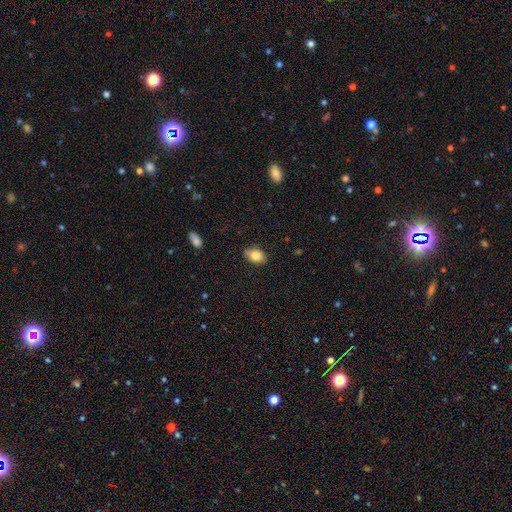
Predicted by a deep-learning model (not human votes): This appears to be a smooth galaxy with no disk features (81%) that is in between round and cigar-shaped (83%). Merging: none (82%).